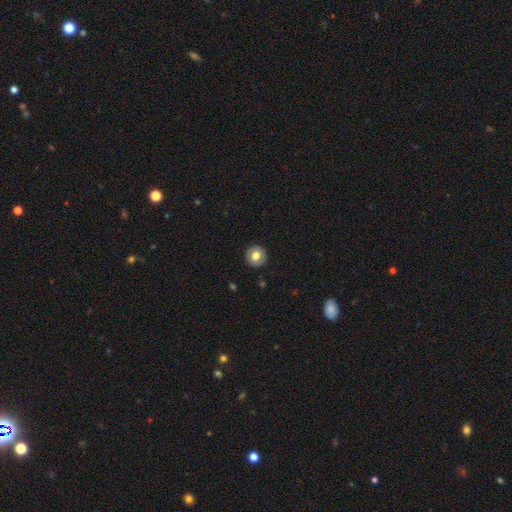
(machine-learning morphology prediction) Smooth or featured: smooth — 73% (featured or disk — 19%)
How rounded: round — 92% (in between — 7%)
Merging: none — 91% (minor disturbance — 6%)